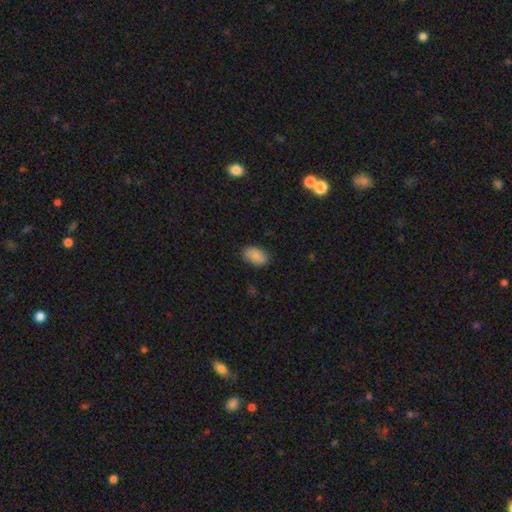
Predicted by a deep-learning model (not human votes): smooth_or_featured: smooth (p=0.89) [alt: star or artifact p=0.07]
how_rounded: in between (p=0.92) [alt: round p=0.06]
merging: none (p=0.86) [alt: minor disturbance p=0.11]